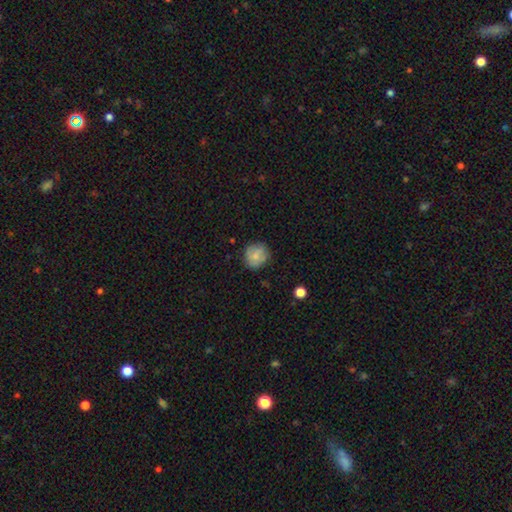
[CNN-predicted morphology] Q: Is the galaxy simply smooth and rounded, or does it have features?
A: smooth — 79%.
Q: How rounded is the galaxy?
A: round — 87%.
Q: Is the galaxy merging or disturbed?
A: none — 80%.